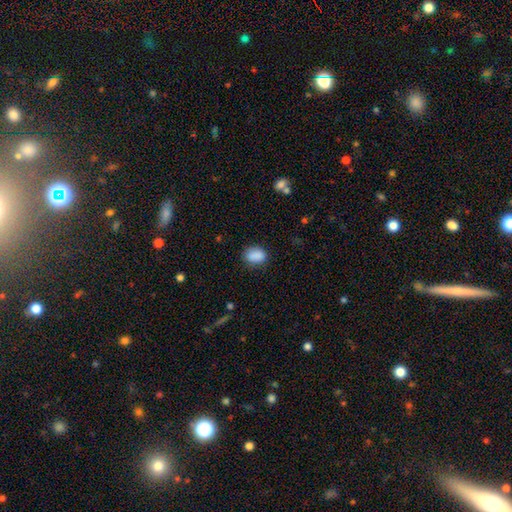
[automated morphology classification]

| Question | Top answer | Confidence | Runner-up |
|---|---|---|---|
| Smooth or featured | smooth | 88% | star or artifact (8%) |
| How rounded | in between | 76% | round (23%) |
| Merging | none | 79% | minor disturbance (16%) |